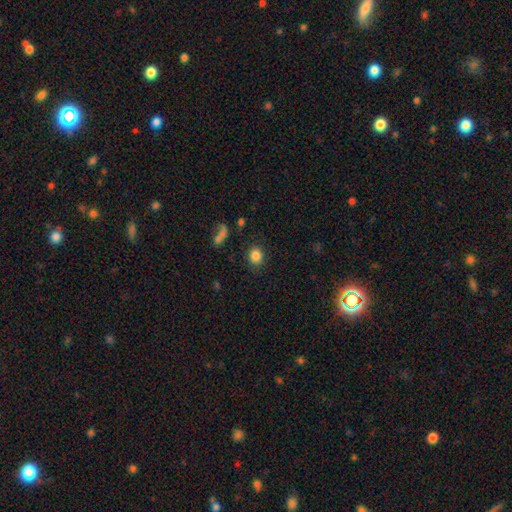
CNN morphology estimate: smooth-or-featured: smooth: 84% | star or artifact: 10% | featured or disk: 6%
  how-rounded: round: 69% | in between: 30% | cigar-shaped: 1%
  merging: none: 86% | minor disturbance: 8% | major disturbance: 3% | merger: 2%